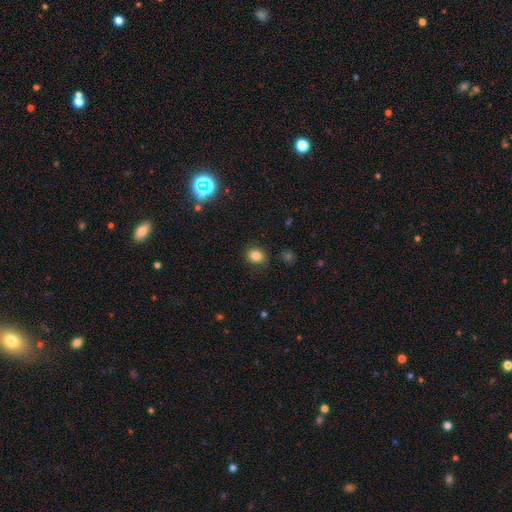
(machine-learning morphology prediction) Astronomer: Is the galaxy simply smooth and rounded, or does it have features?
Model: smooth — 82%.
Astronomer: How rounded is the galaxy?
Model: round — 57% (runner-up: in between, 42%).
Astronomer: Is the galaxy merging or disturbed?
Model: none — 85%.